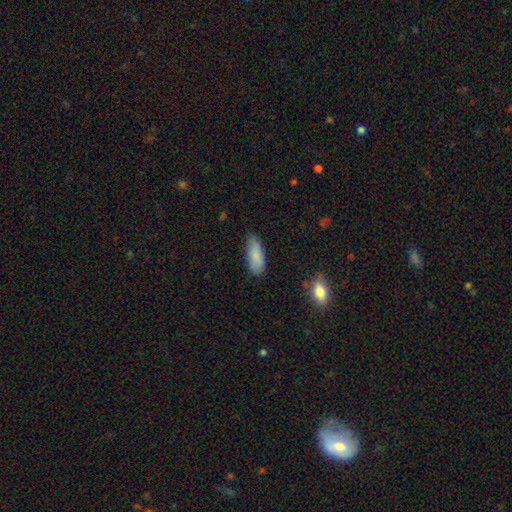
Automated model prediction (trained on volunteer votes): smooth_or_featured: smooth (p=0.86) [alt: featured or disk p=0.08]
how_rounded: in between (p=0.71) [alt: cigar-shaped p=0.27]
merging: none (p=0.77) [alt: minor disturbance p=0.18]